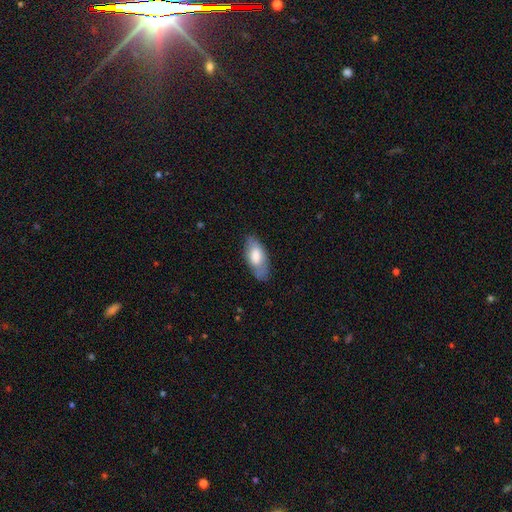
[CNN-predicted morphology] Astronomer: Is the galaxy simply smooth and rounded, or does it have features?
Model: smooth — 69%.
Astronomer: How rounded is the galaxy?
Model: in between — 87%.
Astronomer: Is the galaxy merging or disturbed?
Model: none — 75%.